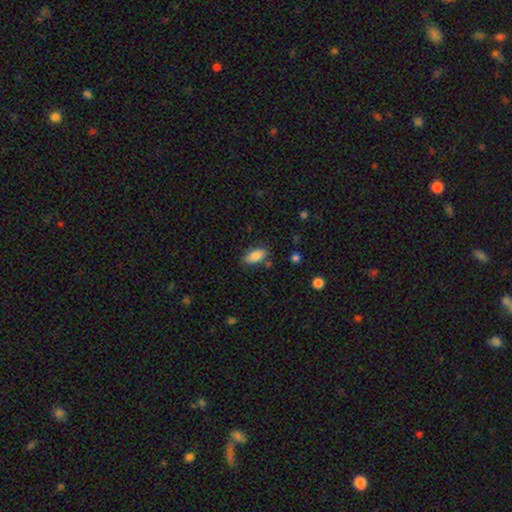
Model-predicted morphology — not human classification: This is clearly a smooth galaxy (83%). How rounded: clearly in between (91%). Merging: clearly none (80%).